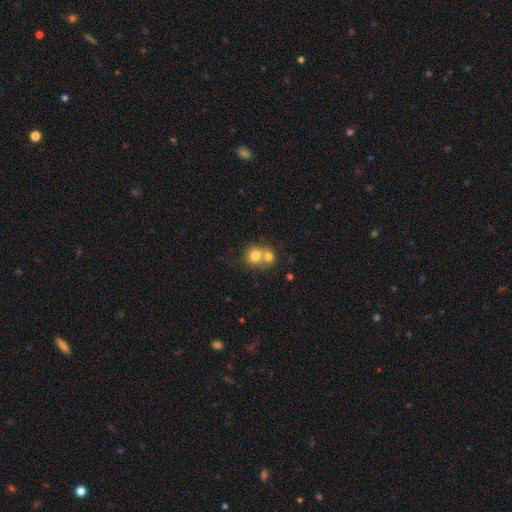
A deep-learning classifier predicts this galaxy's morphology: type=smooth (76%); roundness=round (81%); merging=merger (61%).